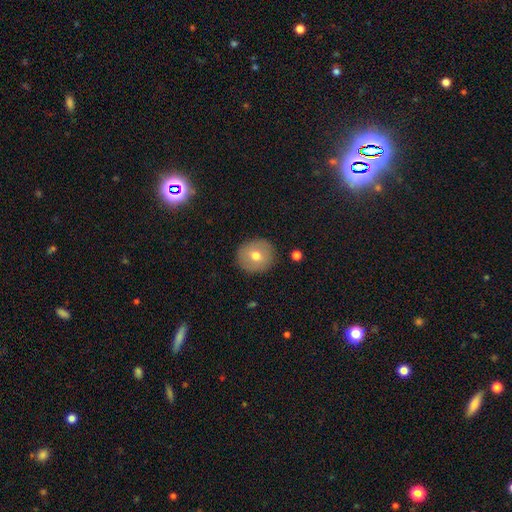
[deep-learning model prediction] smooth-or-featured: smooth: 67% | featured or disk: 25% | star or artifact: 8%
  how-rounded: round: 91% | in between: 8% | cigar-shaped: 1%
  merging: none: 90% | minor disturbance: 7% | major disturbance: 2% | merger: 1%